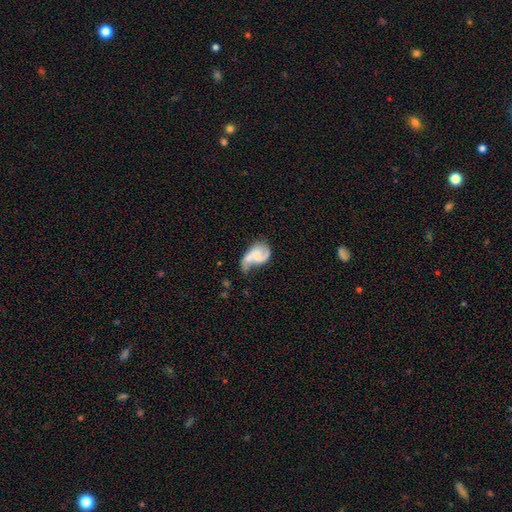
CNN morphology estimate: Smooth or featured: featured or disk — 61% (smooth — 31%)
Edge-on disk: no — 97% (yes — 3%)
Bar: no — 54% (weak — 35%)
Spiral arms: yes — 81% (no — 19%)
Bulge size: none — 41% (small — 31%)
Merging: major disturbance — 35% (minor disturbance — 28%)